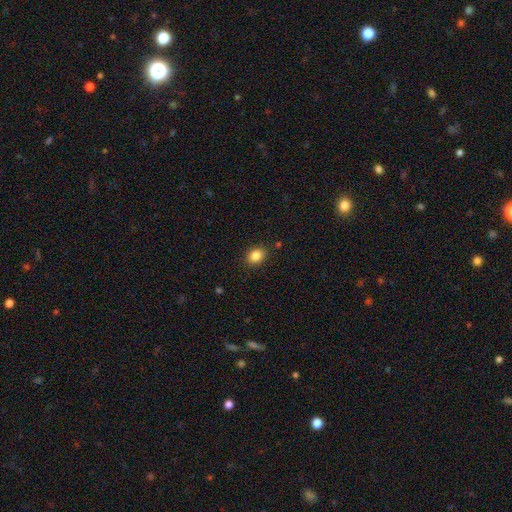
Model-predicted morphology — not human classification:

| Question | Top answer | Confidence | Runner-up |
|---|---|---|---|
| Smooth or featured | smooth | 85% | star or artifact (10%) |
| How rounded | in between | 54% | round (46%) |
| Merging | none | 89% | minor disturbance (8%) |